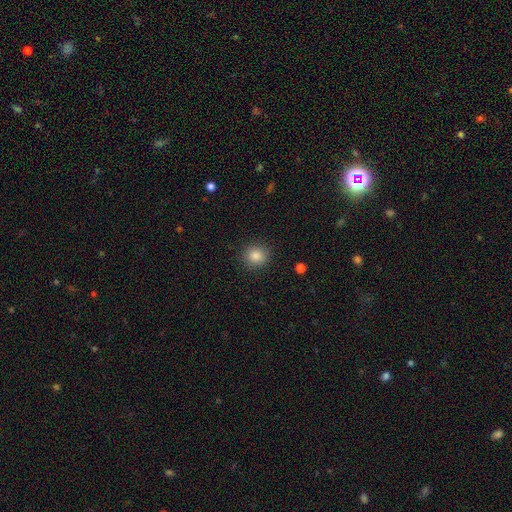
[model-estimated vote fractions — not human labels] Morphology: type=smooth (85%); roundness=round (89%); merging=none (89%).